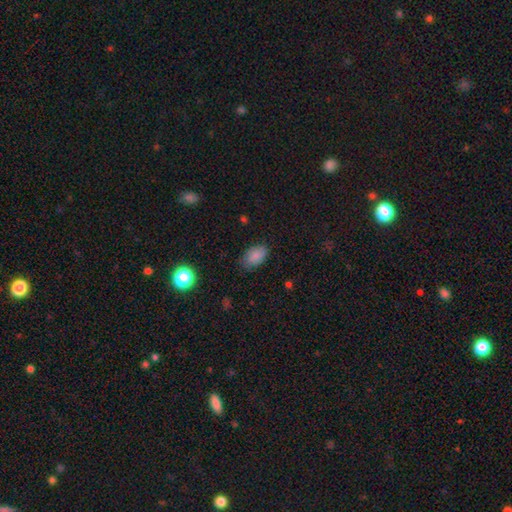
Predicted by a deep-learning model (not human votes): A smooth galaxy with no disk features (84%) that is in between round and cigar-shaped (92%).

Vote fractions:
- Smooth or featured? smooth: 84% / star or artifact: 9% / featured or disk: 7%
- How rounded? in between: 92% / round: 7% / cigar-shaped: 2%
- Merging? none: 78% / minor disturbance: 17% / major disturbance: 3% / merger: 1%